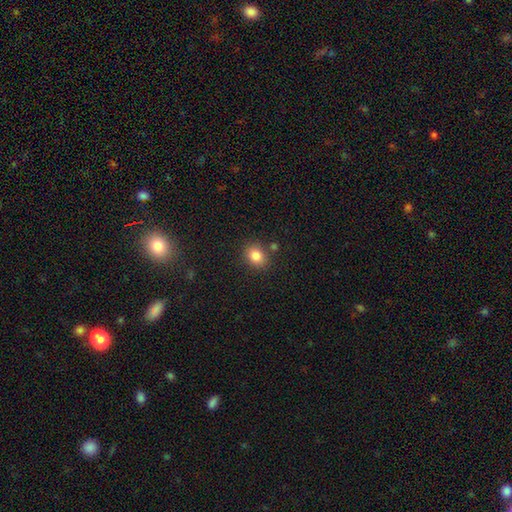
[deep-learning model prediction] smooth_or_featured: smooth (p=0.83) [alt: star or artifact p=0.10]
how_rounded: round (p=0.55) [alt: in between p=0.44]
merging: none (p=0.80) [alt: minor disturbance p=0.11]